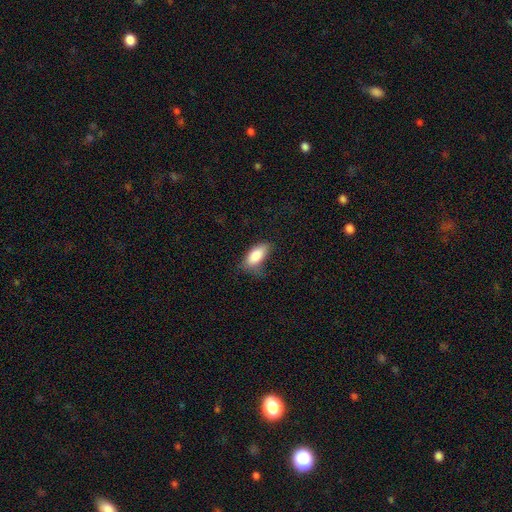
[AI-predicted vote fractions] smooth-or-featured: smooth: 85% | featured or disk: 8% | star or artifact: 7%
  how-rounded: in between: 89% | cigar-shaped: 9% | round: 3%
  merging: none: 56% | minor disturbance: 31% | major disturbance: 11% | merger: 2%